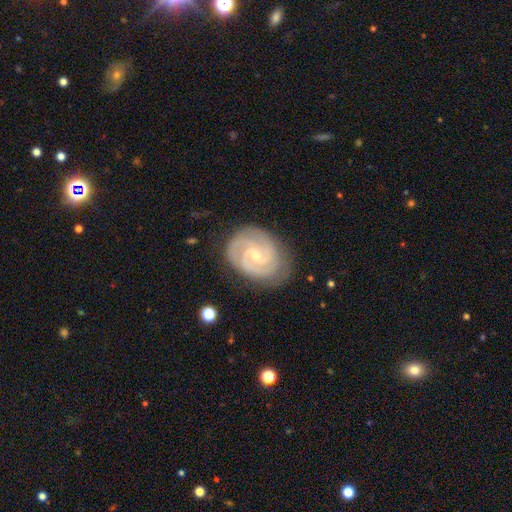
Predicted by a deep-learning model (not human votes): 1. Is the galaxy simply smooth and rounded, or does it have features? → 89% featured or disk, 6% smooth, 5% star or artifact.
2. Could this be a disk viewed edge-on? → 98% no, 2% yes.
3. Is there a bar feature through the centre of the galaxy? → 46% no, 44% weak, 10% strong.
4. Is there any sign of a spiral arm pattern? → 98% yes, 2% no.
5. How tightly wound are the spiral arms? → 69% tight, 27% medium, 4% loose.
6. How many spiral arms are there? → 60% 2, 21% 3, 9% can't tell, 4% 4, 3% 1, 3% more than 4.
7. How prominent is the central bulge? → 72% small, 23% moderate, 3% none, 1% large, 1% dominant.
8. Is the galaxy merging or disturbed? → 81% none, 14% minor disturbance, 4% major disturbance, 1% merger.